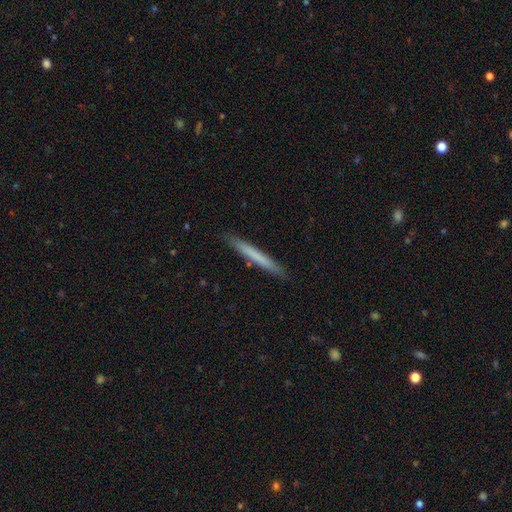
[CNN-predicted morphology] Smooth or featured: smooth — 67% (featured or disk — 27%)
How rounded: cigar-shaped — 97% (in between — 2%)
Merging: none — 90% (minor disturbance — 8%)